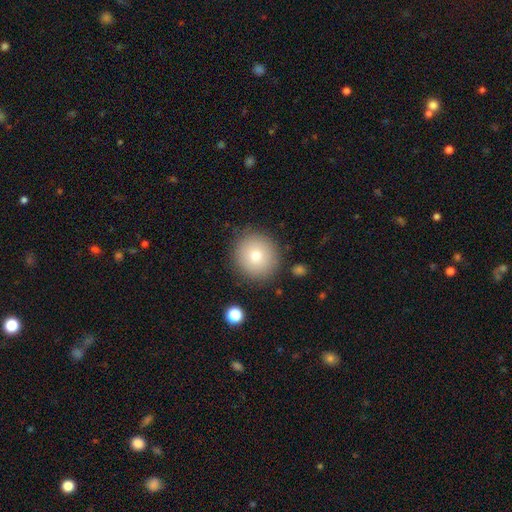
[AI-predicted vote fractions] The model was most divided on "smooth or featured": smooth: 76%, featured or disk: 13%, star or artifact: 10%. More confident: how rounded — round (90%); merging — none (87%).